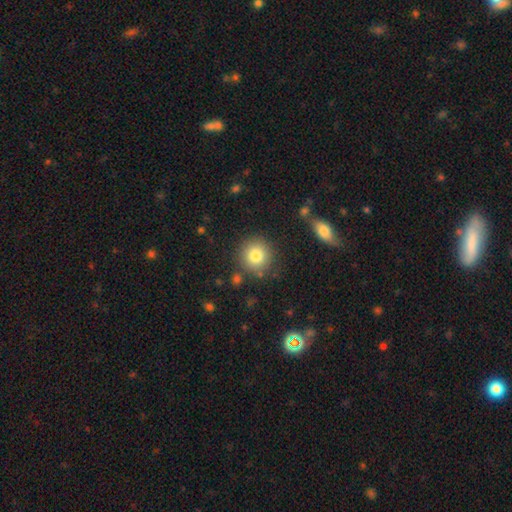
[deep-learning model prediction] This is clearly a smooth galaxy (81%). How rounded: clearly round (92%). Merging: clearly none (84%).